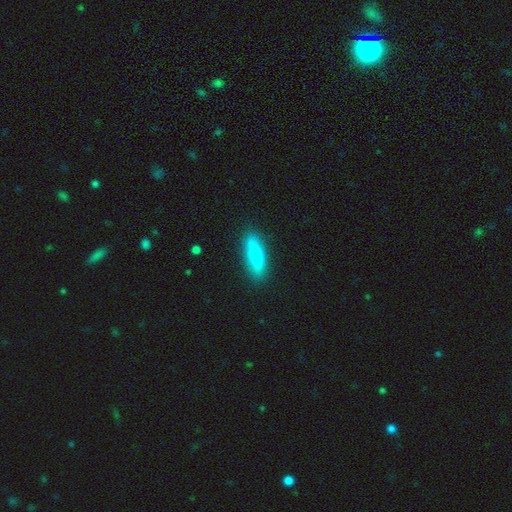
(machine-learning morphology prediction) The model was most divided on "how rounded": cigar-shaped: 59%, in between: 39%, round: 2%. More confident: merging — none (82%); smooth or featured — smooth (72%).